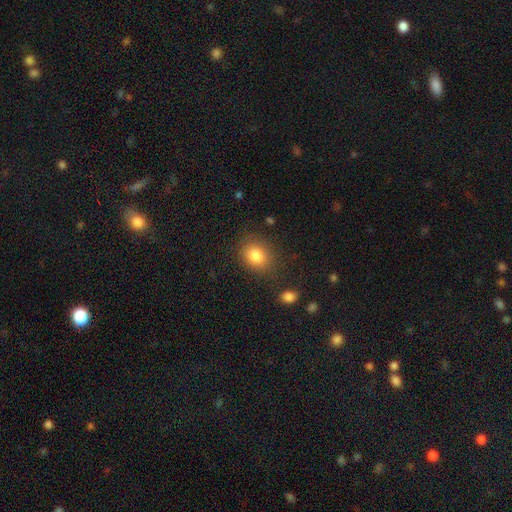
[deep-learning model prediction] A smooth galaxy with no disk features (83%) that is round (58%).

Vote fractions:
- Smooth or featured? smooth: 83% / star or artifact: 10% / featured or disk: 7%
- How rounded? round: 58% / in between: 41% / cigar-shaped: 1%
- Merging? none: 80% / minor disturbance: 13% / major disturbance: 4% / merger: 3%